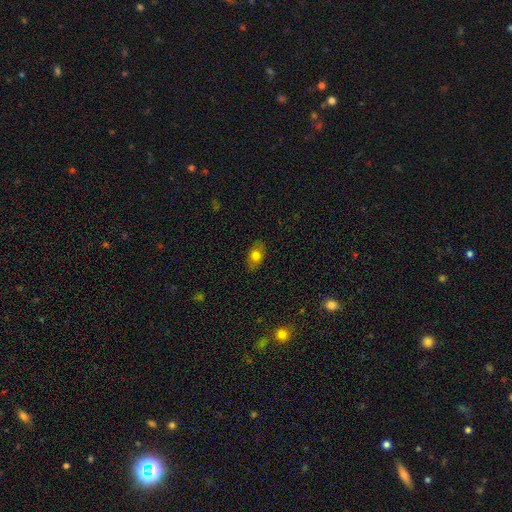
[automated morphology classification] Smooth or featured: smooth — 73% (featured or disk — 18%)
How rounded: in between — 88% (round — 10%)
Merging: none — 84% (minor disturbance — 12%)